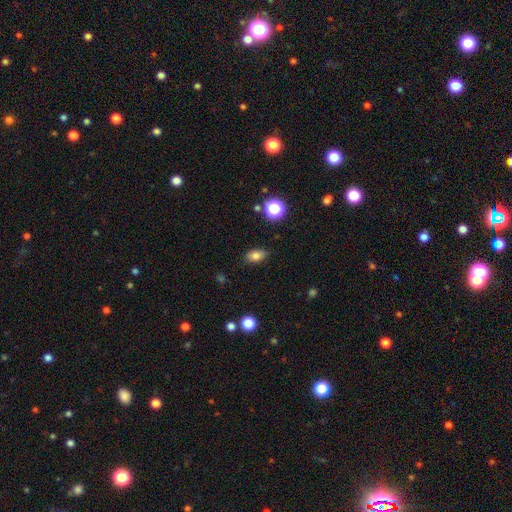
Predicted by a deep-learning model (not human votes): Q: Smooth or featured?
A: smooth (80%); runner-up: star or artifact (12%)
Q: How rounded?
A: in between (84%); runner-up: round (14%)
Q: Merging?
A: none (83%); runner-up: minor disturbance (13%)